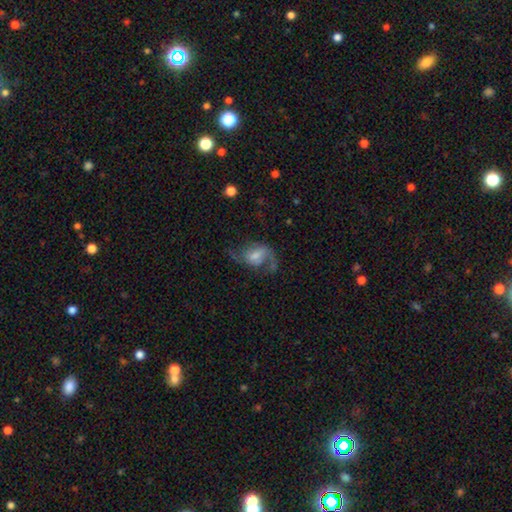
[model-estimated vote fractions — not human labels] A featured or disk galaxy (70%) with a weak bar (47%), 2 (76%) loose (53%) spiral arms (90%) and a moderate central bulge (40%). Merging: none (51%).